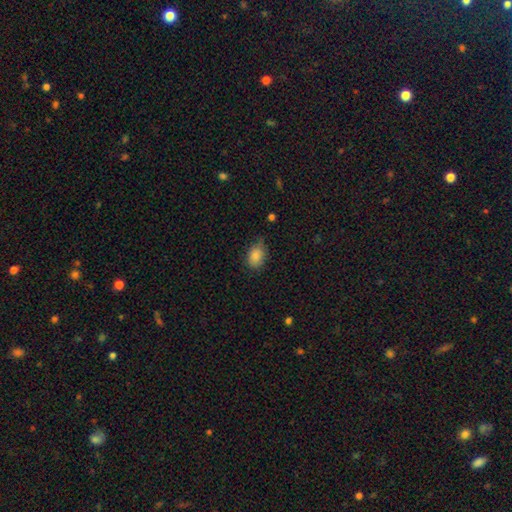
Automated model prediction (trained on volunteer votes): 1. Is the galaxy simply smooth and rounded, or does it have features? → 87% smooth, 8% star or artifact, 5% featured or disk.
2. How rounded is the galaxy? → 76% in between, 22% round, 1% cigar-shaped.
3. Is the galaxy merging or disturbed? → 66% none, 27% minor disturbance, 5% major disturbance, 1% merger.